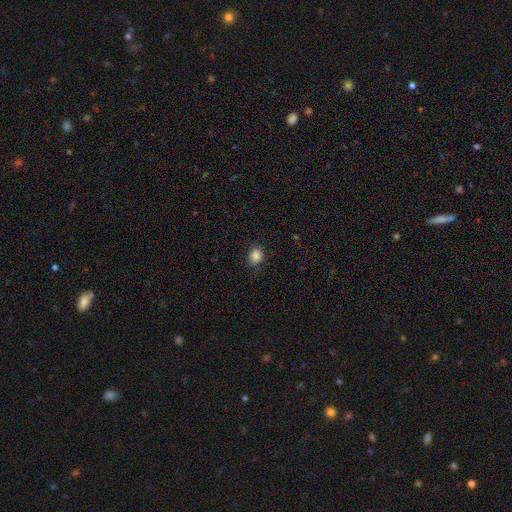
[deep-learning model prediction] Smooth or featured: smooth — 86% (star or artifact — 10%)
How rounded: round — 50% (in between — 49%)
Merging: none — 85% (minor disturbance — 11%)